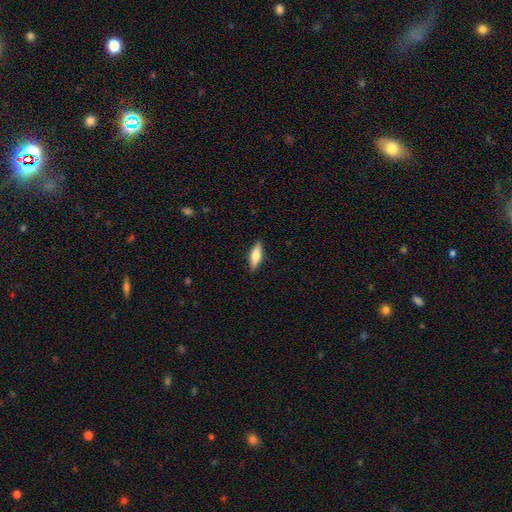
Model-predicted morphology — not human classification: Smooth or featured? smooth (66%)
How rounded? in between (50%)
Merging? none (89%)